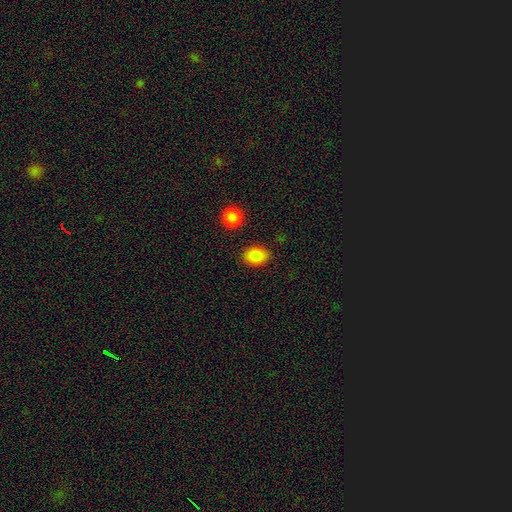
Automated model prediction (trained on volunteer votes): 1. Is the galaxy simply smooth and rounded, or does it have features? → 87% smooth, 9% star or artifact, 4% featured or disk.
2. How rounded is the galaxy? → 63% in between, 36% round, 1% cigar-shaped.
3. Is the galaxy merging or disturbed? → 85% none, 10% minor disturbance, 3% major disturbance, 3% merger.